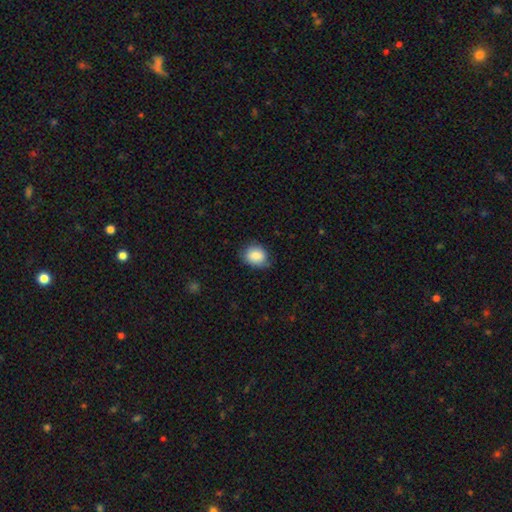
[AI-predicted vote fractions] Morphology: type=smooth (86%); roundness=round (55%); merging=none (70%).